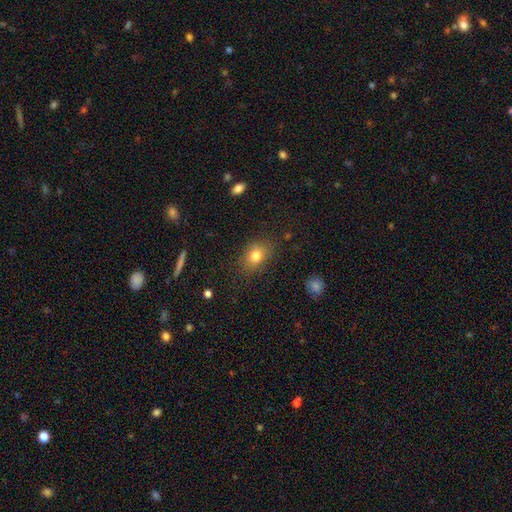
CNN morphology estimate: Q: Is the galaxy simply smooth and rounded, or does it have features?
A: smooth — 80%.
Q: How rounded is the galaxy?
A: in between — 62%.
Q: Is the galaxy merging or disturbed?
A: none — 82%.